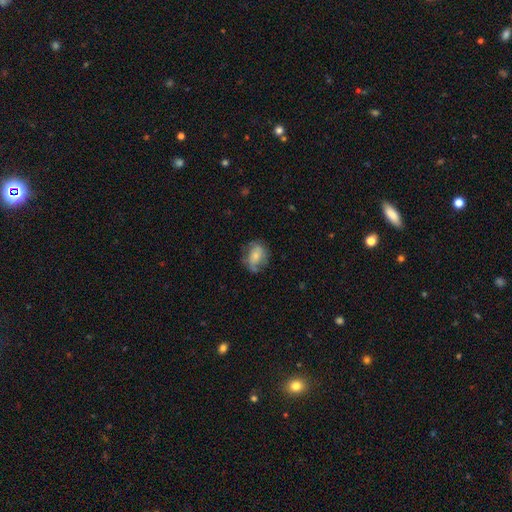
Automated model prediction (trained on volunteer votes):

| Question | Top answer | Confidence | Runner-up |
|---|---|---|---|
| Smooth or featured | smooth | 64% | featured or disk (28%) |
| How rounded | in between | 63% | round (35%) |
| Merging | none | 61% | minor disturbance (26%) |